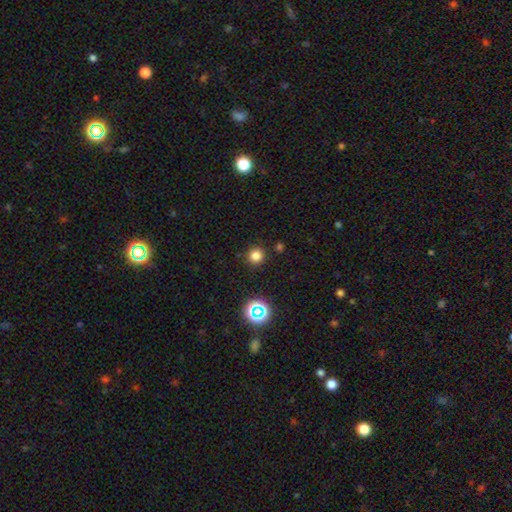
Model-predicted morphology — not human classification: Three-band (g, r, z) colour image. It shows a smooth galaxy with no disk features (79%) that is round (93%). Merging: none (90%).